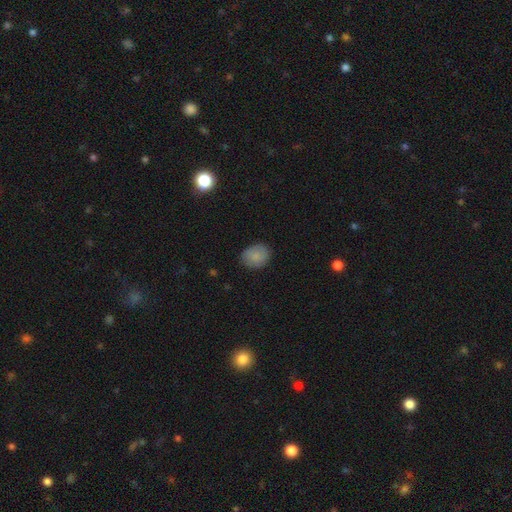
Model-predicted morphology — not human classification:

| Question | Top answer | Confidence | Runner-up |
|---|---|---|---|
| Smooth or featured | smooth | 85% | star or artifact (8%) |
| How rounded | round | 51% | in between (48%) |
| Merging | none | 83% | minor disturbance (13%) |